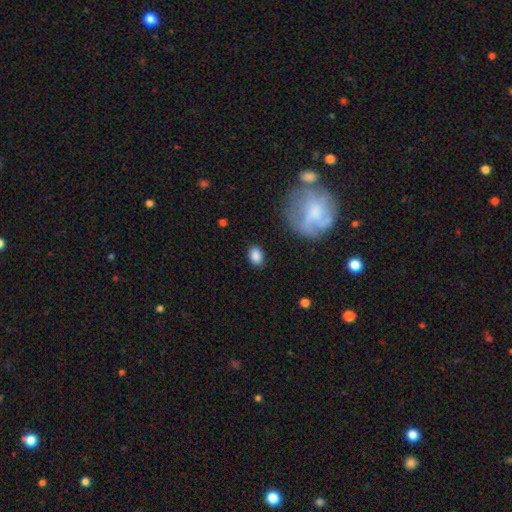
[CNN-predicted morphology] A smooth galaxy with no disk features (86%) that is in between round and cigar-shaped (78%).

Vote fractions:
- Smooth or featured? smooth: 86% / star or artifact: 8% / featured or disk: 7%
- How rounded? in between: 78% / round: 21% / cigar-shaped: 2%
- Merging? none: 84% / minor disturbance: 11% / major disturbance: 3% / merger: 2%